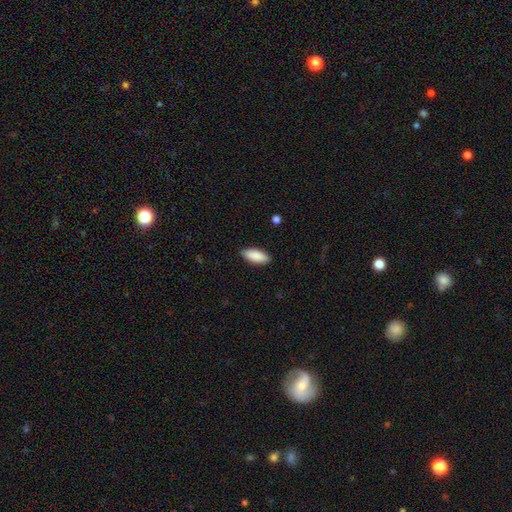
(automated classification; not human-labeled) A smooth galaxy with no disk features (90%) that is in between round and cigar-shaped (82%). Merging: none (89%).